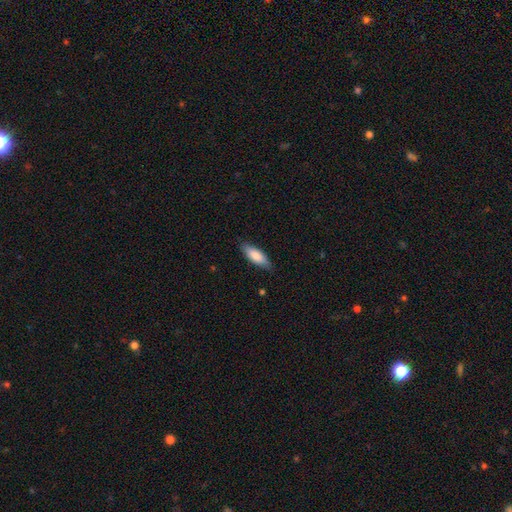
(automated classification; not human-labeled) Q: Smooth or featured?
A: smooth (82%); runner-up: featured or disk (13%)
Q: How rounded?
A: in between (63%); runner-up: cigar-shaped (35%)
Q: Merging?
A: none (84%); runner-up: minor disturbance (13%)